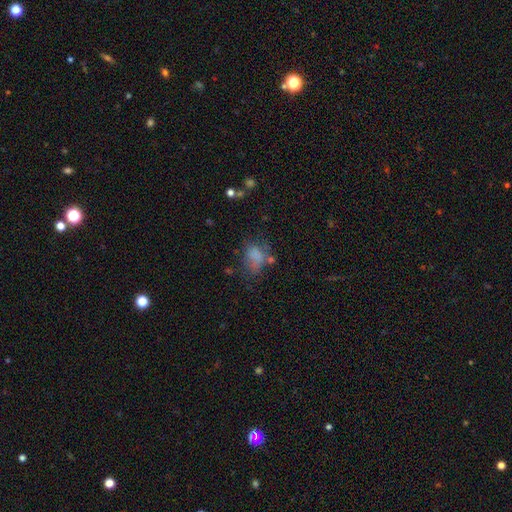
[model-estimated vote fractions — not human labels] This is likely a smooth galaxy (71%). How rounded: likely in between (76%). Merging: marginally none (36%).